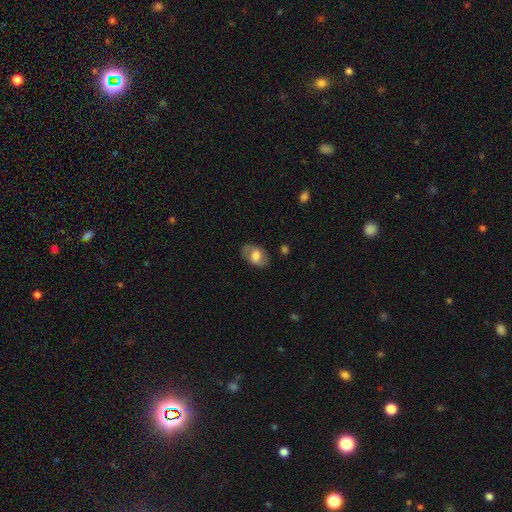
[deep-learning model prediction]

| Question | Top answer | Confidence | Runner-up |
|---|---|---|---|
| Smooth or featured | smooth | 57% | featured or disk (36%) |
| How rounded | in between | 86% | round (13%) |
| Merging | none | 74% | minor disturbance (18%) |